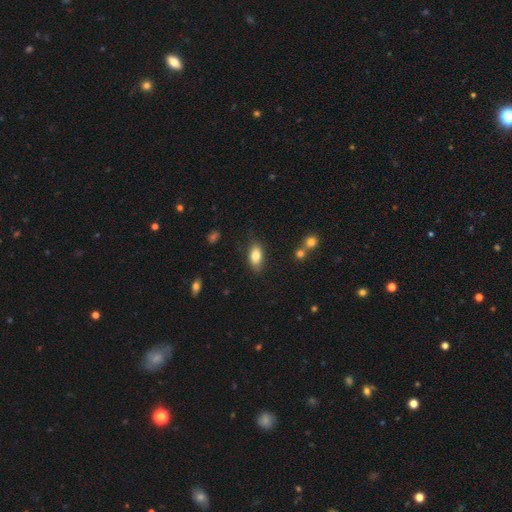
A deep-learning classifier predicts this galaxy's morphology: smooth-or-featured: smooth: 80% | featured or disk: 12% | star or artifact: 8%
  how-rounded: in between: 89% | cigar-shaped: 6% | round: 5%
  merging: none: 79% | minor disturbance: 15% | major disturbance: 3% | merger: 2%